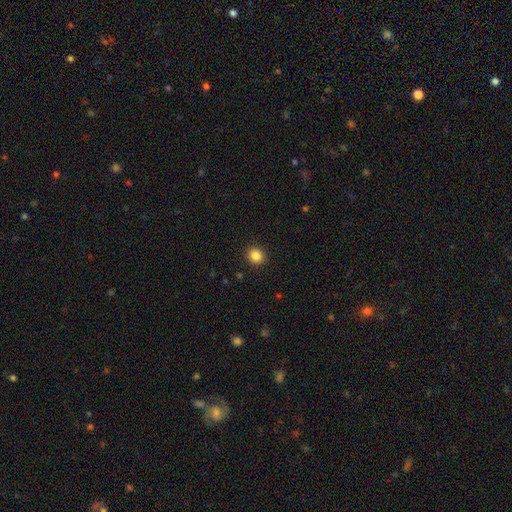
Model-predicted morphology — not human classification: Smooth or featured: smooth — 85% (star or artifact — 11%)
How rounded: round — 84% (in between — 15%)
Merging: none — 92% (minor disturbance — 5%)